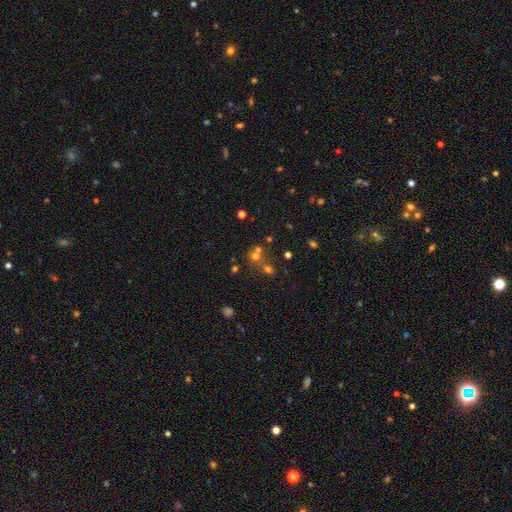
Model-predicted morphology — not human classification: This is possibly a smooth galaxy (57%). How rounded: clearly round (81%). Merging: possibly merger (46%).